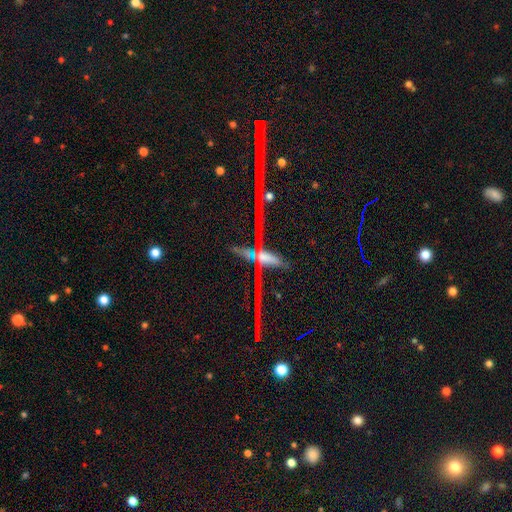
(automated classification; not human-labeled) smooth-or-featured: star or artifact: 63% | featured or disk: 26% | smooth: 11%